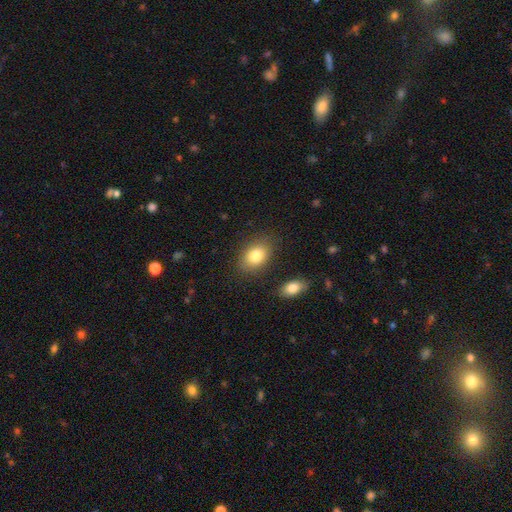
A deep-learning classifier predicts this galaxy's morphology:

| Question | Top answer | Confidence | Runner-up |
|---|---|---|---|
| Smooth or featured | smooth | 81% | featured or disk (11%) |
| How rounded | in between | 78% | round (21%) |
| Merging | none | 80% | minor disturbance (12%) |